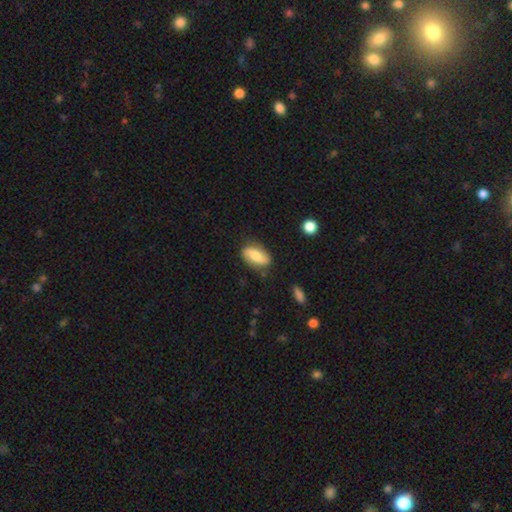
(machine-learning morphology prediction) type=featured or disk (47%); merging=none (76%).